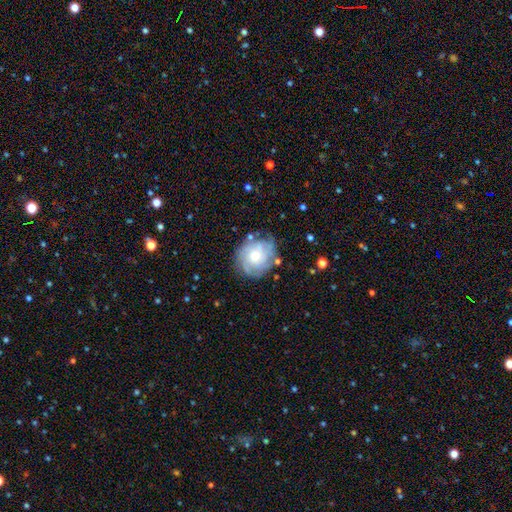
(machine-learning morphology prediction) Overall: featured or disk (64%; smooth 28%). Edge-on disk: no (97%). Bar: no (79%). Spiral arms: yes (81%). Spiral arm count: can't tell (50%; 3 14%). Spiral winding: tight (60%; medium 29%). Bulge size: moderate (57%; small 33%). Merging: none (73%).